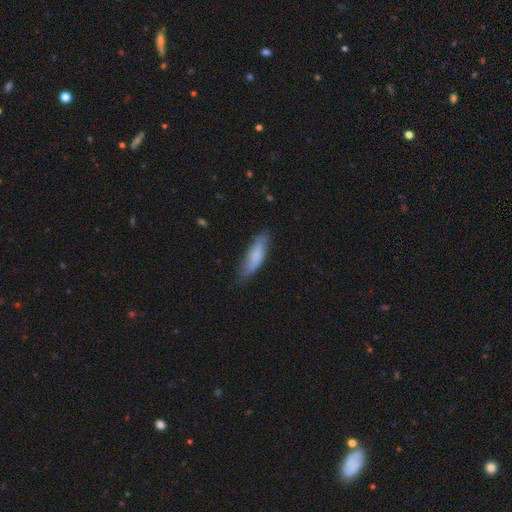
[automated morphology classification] The model was most divided on "how rounded": cigar-shaped: 56%, in between: 43%, round: 2%. More confident: smooth or featured — smooth (74%); merging — none (67%).